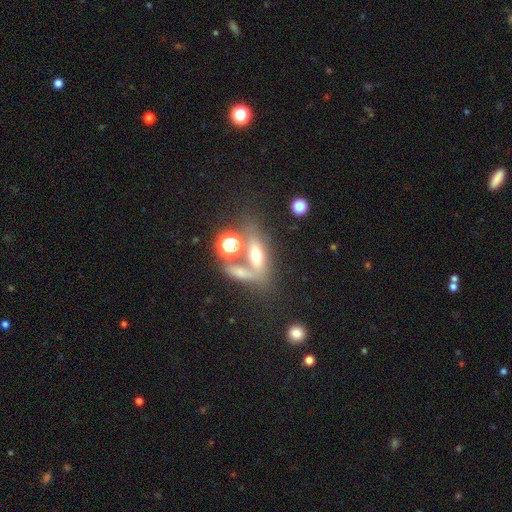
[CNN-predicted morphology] This is possibly a smooth galaxy (56%). How rounded: possibly in between (56%). Merging: marginally none (42%).